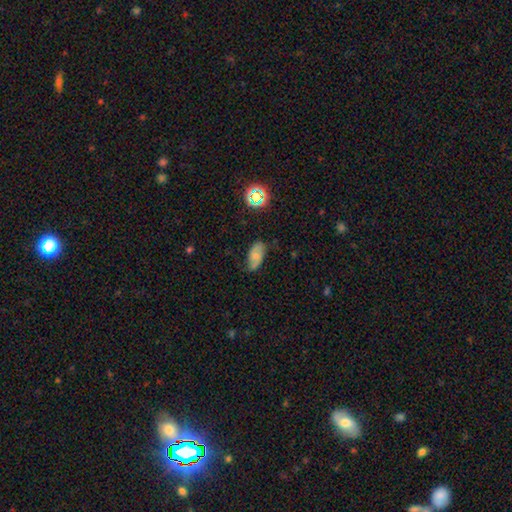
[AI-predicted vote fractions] Smooth or featured?
  - smooth: 54% *
  - featured or disk: 34%
  - star or artifact: 12%
How rounded?
  - in between: 91% *
  - round: 5%
  - cigar-shaped: 4%
Merging?
  - none: 64% *
  - minor disturbance: 28%
  - major disturbance: 6%
  - merger: 2%